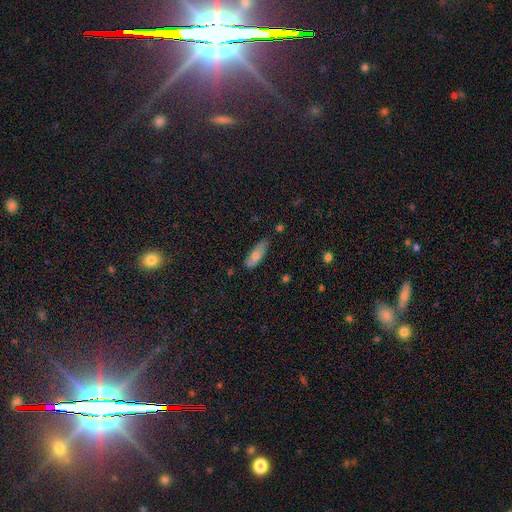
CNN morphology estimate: Smooth or featured?
  - smooth: 72% *
  - featured or disk: 20%
  - star or artifact: 7%
How rounded?
  - in between: 66% *
  - cigar-shaped: 32%
  - round: 2%
Merging?
  - none: 63% *
  - minor disturbance: 29%
  - major disturbance: 5%
  - merger: 3%